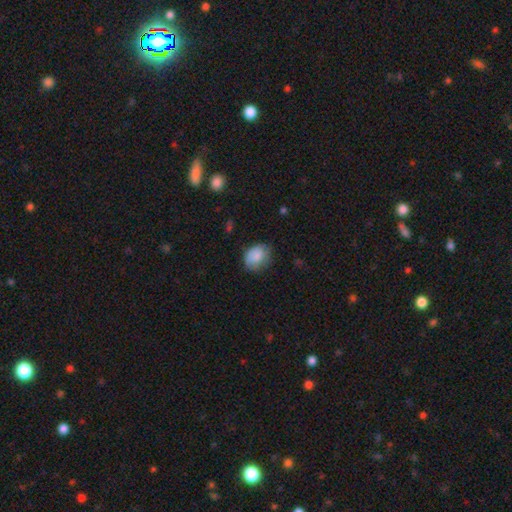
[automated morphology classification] Smooth or featured? Predicted: smooth (p=0.82). How rounded? Predicted: in between (p=0.57). Merging? Predicted: none (p=0.62).